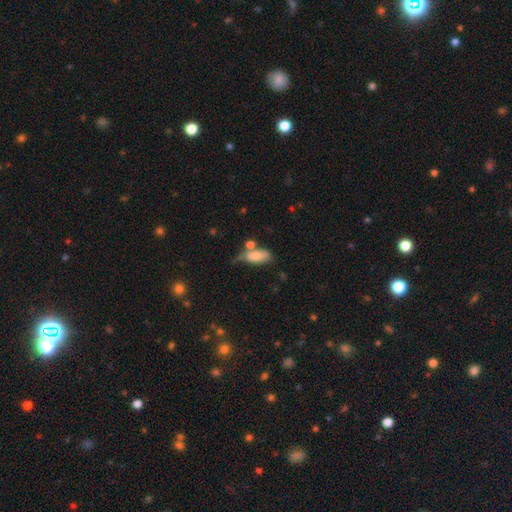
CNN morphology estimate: type=smooth (80%); roundness=in between (85%); merging=none (42%).